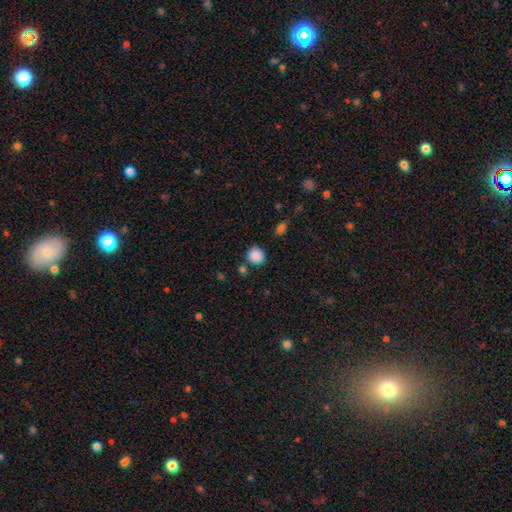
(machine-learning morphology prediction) Q: Smooth or featured?
A: smooth (87%); runner-up: star or artifact (9%)
Q: How rounded?
A: round (90%); runner-up: in between (9%)
Q: Merging?
A: none (81%); runner-up: minor disturbance (10%)